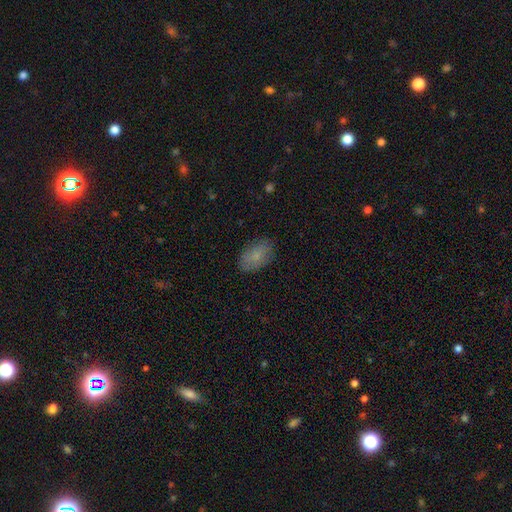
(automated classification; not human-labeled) A smooth galaxy with no disk features (80%) that is in between round and cigar-shaped (93%). Merging: none (83%).